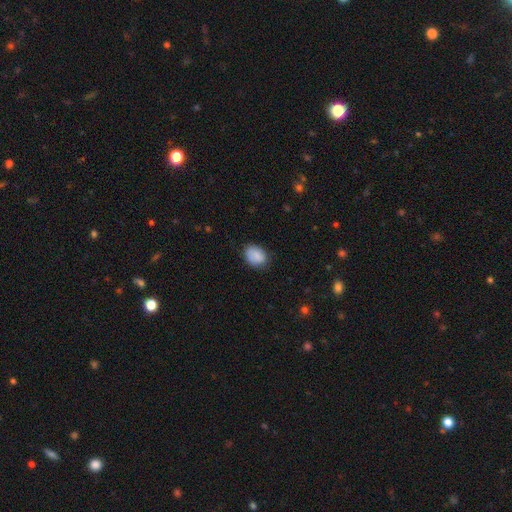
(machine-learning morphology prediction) Q: Smooth or featured?
A: smooth (85%); runner-up: star or artifact (8%)
Q: How rounded?
A: in between (73%); runner-up: round (26%)
Q: Merging?
A: none (76%); runner-up: minor disturbance (19%)